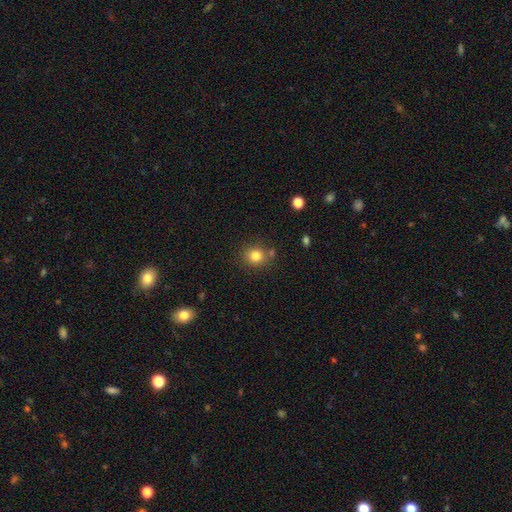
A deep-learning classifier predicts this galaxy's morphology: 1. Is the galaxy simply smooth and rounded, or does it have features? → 82% smooth, 12% star or artifact, 7% featured or disk.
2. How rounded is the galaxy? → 84% round, 15% in between, 1% cigar-shaped.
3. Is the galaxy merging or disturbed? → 76% none, 11% minor disturbance, 9% merger, 4% major disturbance.